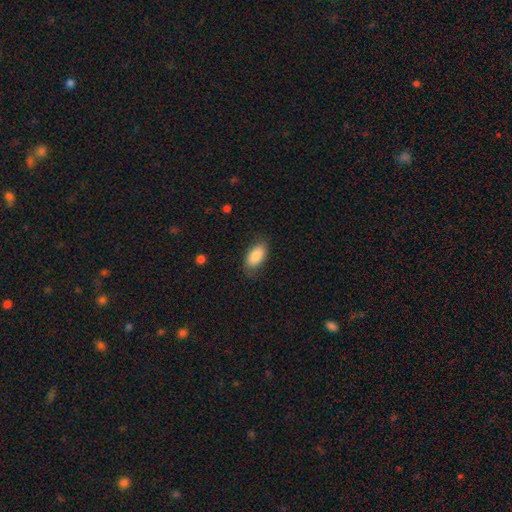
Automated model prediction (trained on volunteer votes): Smooth or featured: smooth — 87% (featured or disk — 7%)
How rounded: in between — 93% (cigar-shaped — 4%)
Merging: none — 79% (minor disturbance — 16%)